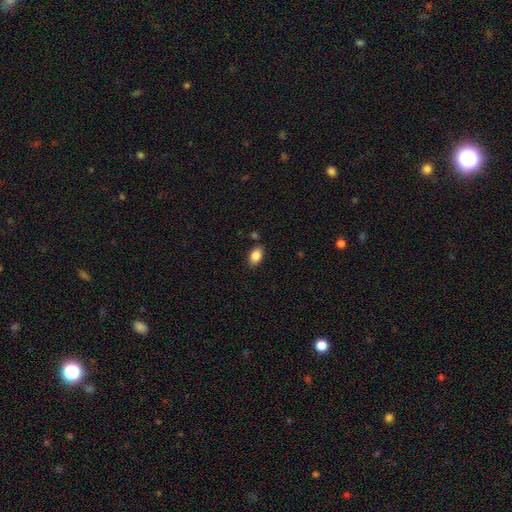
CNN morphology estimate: smooth 86%, star or artifact 8%, featured or disk 6%. Down the decision tree: how rounded — in between (87%); merging — none (83%).